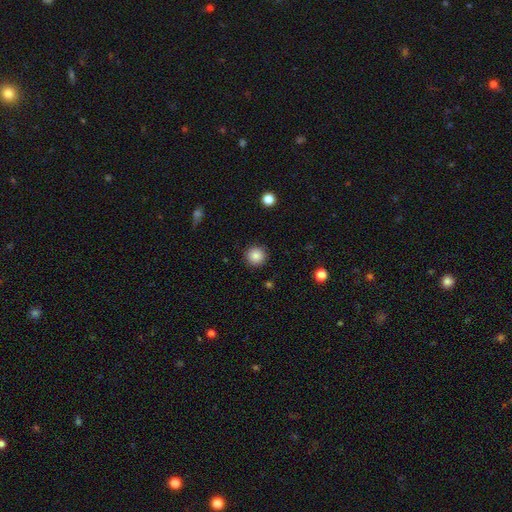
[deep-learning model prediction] Smooth or featured: smooth — 86% (star or artifact — 10%)
How rounded: round — 95% (in between — 4%)
Merging: none — 91% (minor disturbance — 6%)